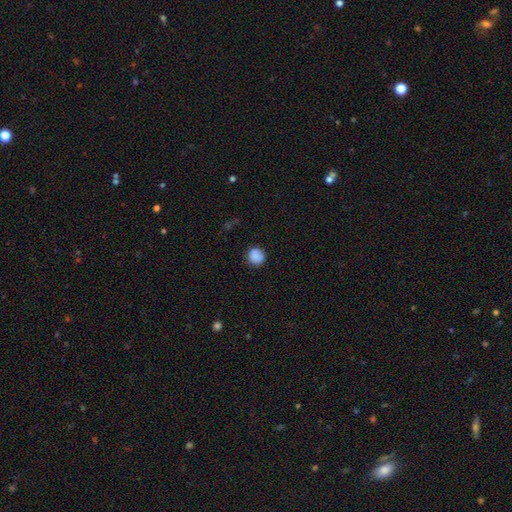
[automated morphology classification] smooth 83%, star or artifact 9%, featured or disk 8%. Down the decision tree: how rounded — round (90%); merging — none (78%).